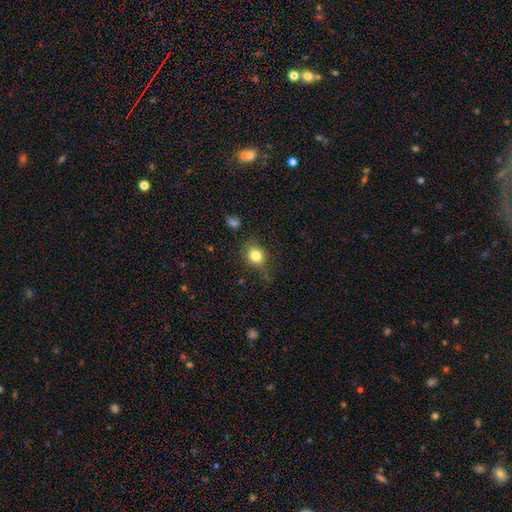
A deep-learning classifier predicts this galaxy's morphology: type=smooth (80%); roundness=round (62%); merging=none (69%).